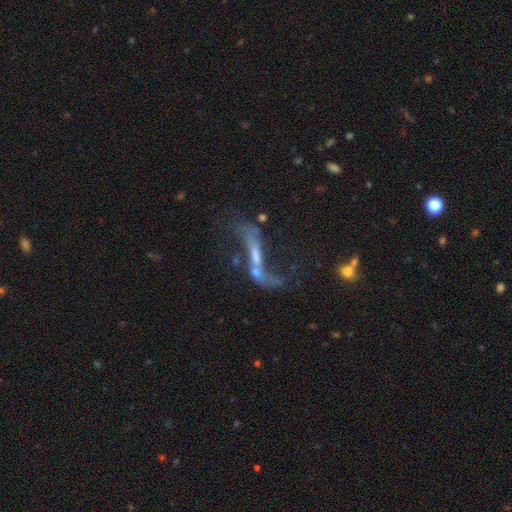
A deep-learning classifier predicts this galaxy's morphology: The model was most divided on "bulge size": small: 37%, none: 34%, moderate: 23%, large: 4%, dominant: 2%. Remaining: edge-on disk — no (76%); smooth or featured — featured or disk (69%); spiral arms — yes (62%); bar — no (44%); merging — merger (32%).